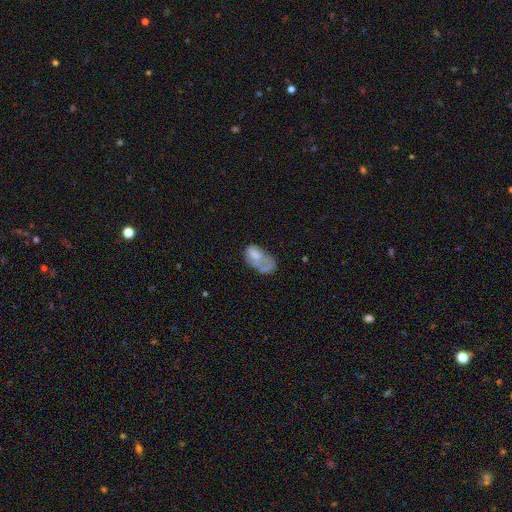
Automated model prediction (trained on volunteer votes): Morphology: type=smooth (60%); roundness=in between (92%); merging=major disturbance (38%).